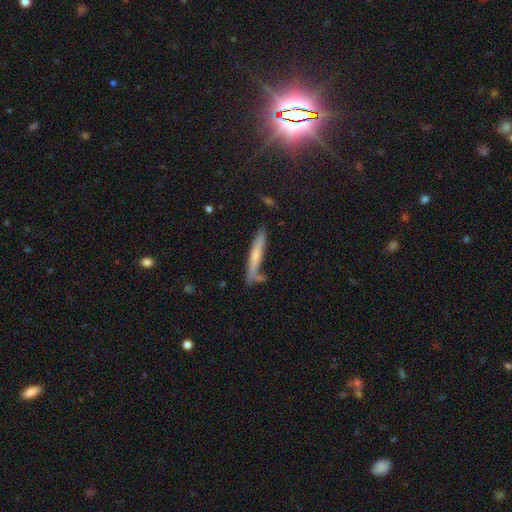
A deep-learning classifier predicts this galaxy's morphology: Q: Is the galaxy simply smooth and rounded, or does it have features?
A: smooth — 53%.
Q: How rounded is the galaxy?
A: cigar-shaped — 93%.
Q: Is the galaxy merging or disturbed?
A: none — 67%.